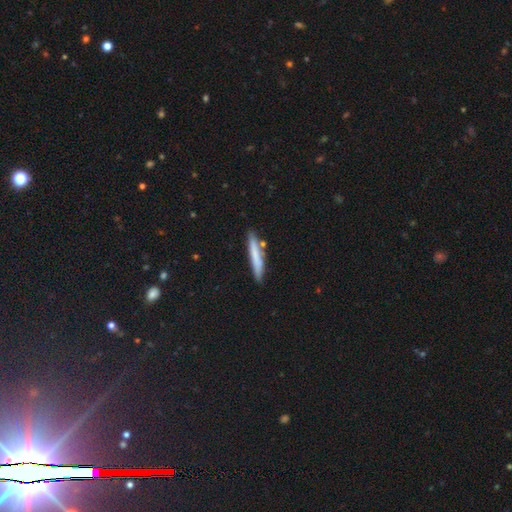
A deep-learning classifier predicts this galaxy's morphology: smooth_or_featured: smooth (p=0.72) [alt: featured or disk p=0.22]
how_rounded: cigar-shaped (p=0.93) [alt: in between p=0.06]
merging: none (p=0.81) [alt: minor disturbance p=0.12]